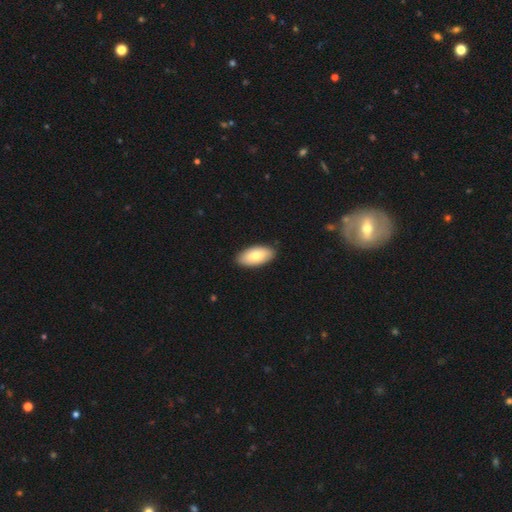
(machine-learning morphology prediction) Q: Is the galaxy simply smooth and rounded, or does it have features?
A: smooth — 77%.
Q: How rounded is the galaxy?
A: in between — 93%.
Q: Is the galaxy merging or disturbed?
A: none — 90%.